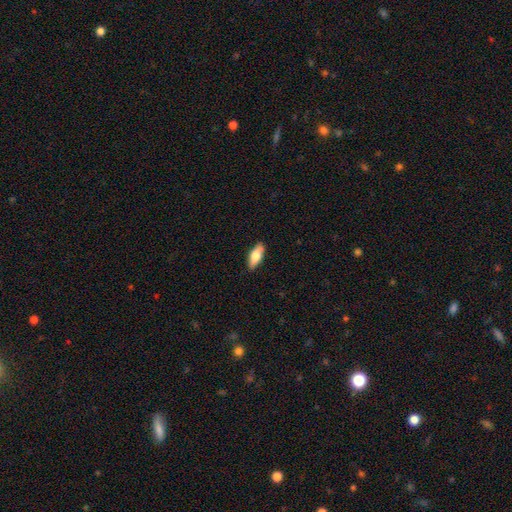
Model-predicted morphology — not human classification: This appears to be a smooth galaxy with no disk features (68%) that is in between round and cigar-shaped (73%). Merging: none (87%).